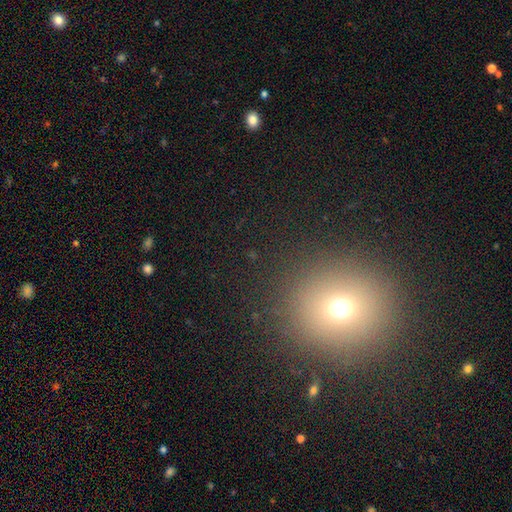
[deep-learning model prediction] The model was most divided on "smooth or featured": smooth: 62%, star or artifact: 29%, featured or disk: 9%. More confident: merging — none (90%); how rounded — round (88%).